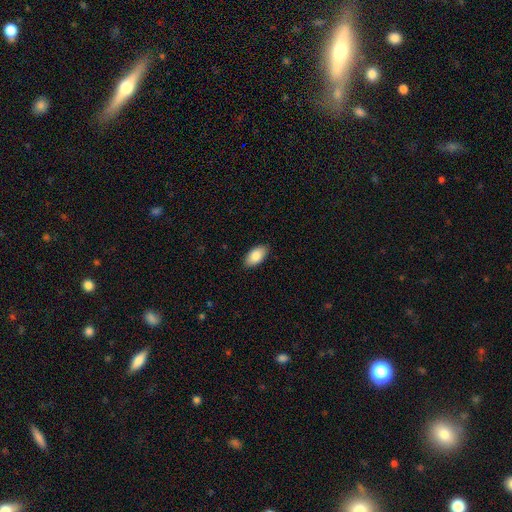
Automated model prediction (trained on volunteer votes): Overall: smooth (86%). How rounded: in between (95%). Merging: none (88%).